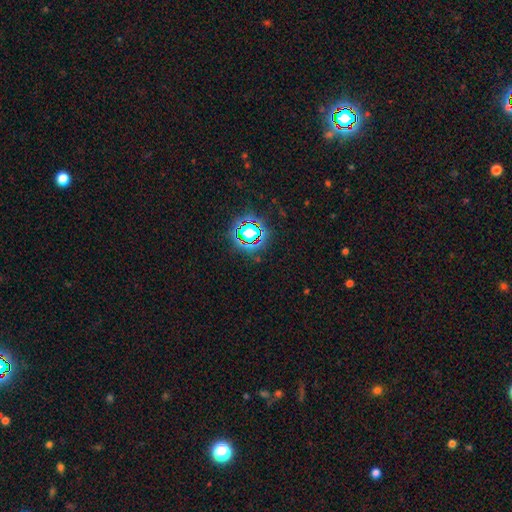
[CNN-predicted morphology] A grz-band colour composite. It shows a star or artifact, not a galaxy (79%).